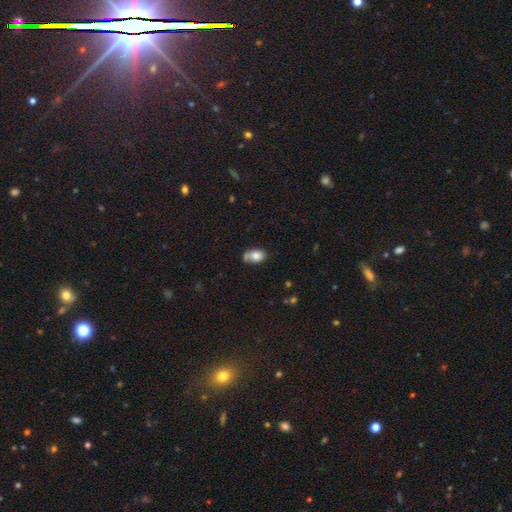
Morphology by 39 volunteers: This appears to be a smooth galaxy with no disk features (87%) that is in between round and cigar-shaped (91%). Merging: none (50%).